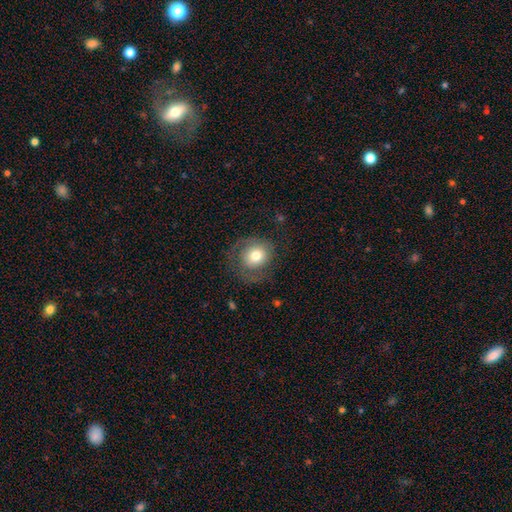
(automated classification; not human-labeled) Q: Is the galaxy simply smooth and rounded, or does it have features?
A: smooth — 61%.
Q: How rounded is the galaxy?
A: round — 77%.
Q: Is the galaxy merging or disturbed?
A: none — 60%.